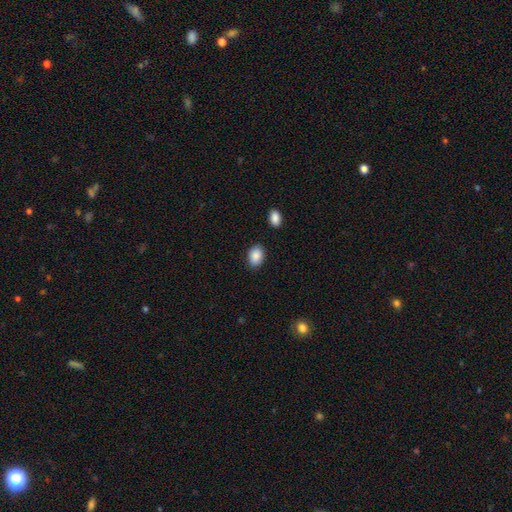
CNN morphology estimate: Q: Smooth or featured?
A: smooth (89%); runner-up: star or artifact (7%)
Q: How rounded?
A: in between (81%); runner-up: round (18%)
Q: Merging?
A: none (86%); runner-up: minor disturbance (9%)